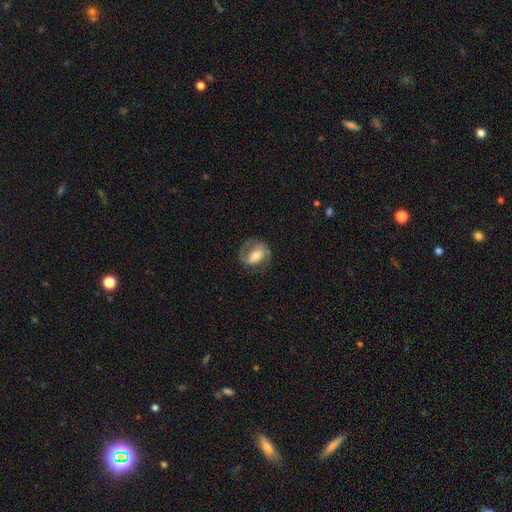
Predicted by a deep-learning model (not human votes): Overall: featured or disk (72%). Edge-on disk: no (97%). Bar: weak (38%; strong 35%). Spiral arms: yes (86%). Spiral arm count: 2 (81%). Spiral winding: medium (48%; tight 34%). Bulge size: moderate (63%; small 23%). Merging: none (72%).